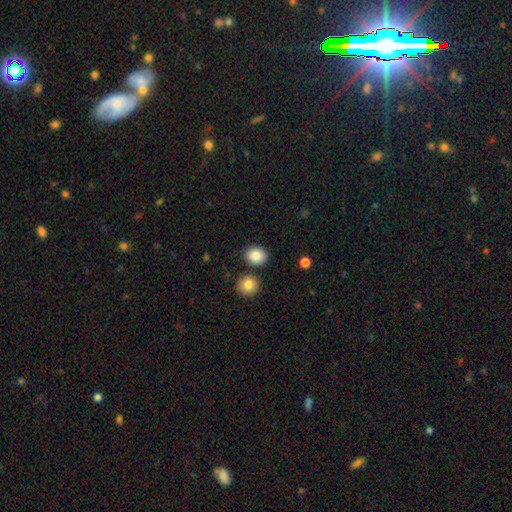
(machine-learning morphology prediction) Q: Smooth or featured?
A: smooth (87%); runner-up: star or artifact (8%)
Q: How rounded?
A: round (52%); runner-up: in between (47%)
Q: Merging?
A: none (82%); runner-up: minor disturbance (9%)